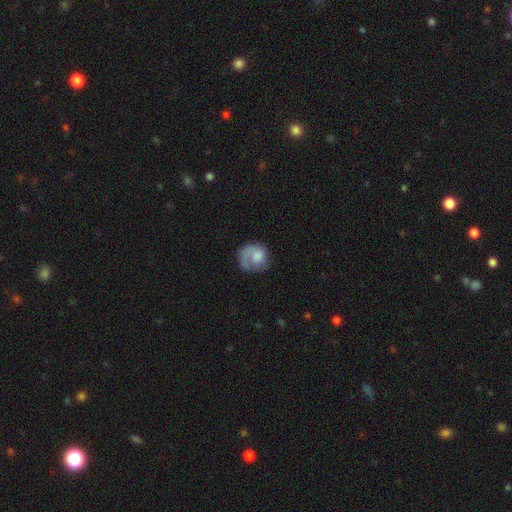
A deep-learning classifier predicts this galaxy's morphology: smooth-or-featured: smooth: 48% | featured or disk: 45% | star or artifact: 7%
  merging: none: 47% | major disturbance: 29% | minor disturbance: 21% | merger: 3%